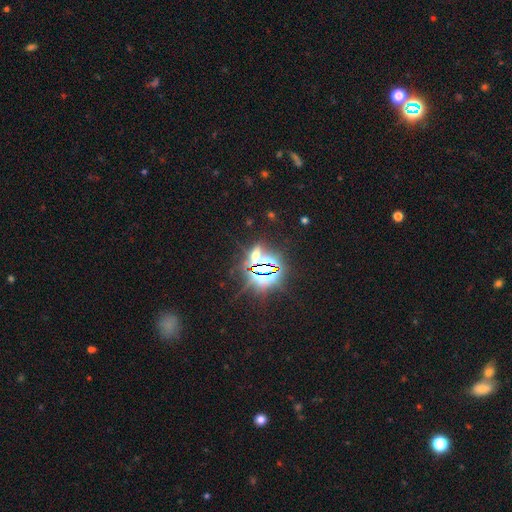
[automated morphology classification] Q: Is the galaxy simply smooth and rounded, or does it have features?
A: star or artifact — 77%.